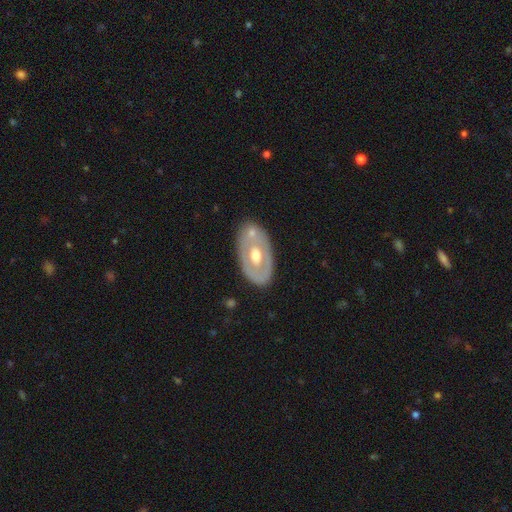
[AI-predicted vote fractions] smooth-or-featured: featured or disk: 59% | smooth: 36% | star or artifact: 5%
  disk-edge-on: no: 88% | yes: 12%
    bar: no: 84% | weak: 12% | strong: 4%
    has-spiral-arms: no: 89% | yes: 11%
    bulge-size: moderate: 73% | large: 15% | small: 10% | dominant: 1% | none: 1%
  merging: none: 70% | minor disturbance: 16% | merger: 10% | major disturbance: 4%